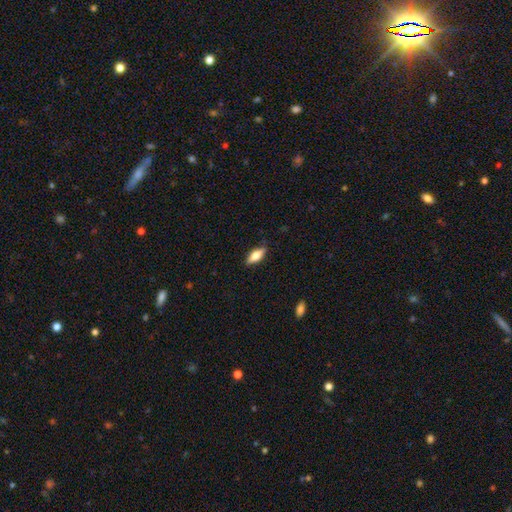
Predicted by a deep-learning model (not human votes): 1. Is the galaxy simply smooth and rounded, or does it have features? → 61% smooth, 32% featured or disk, 7% star or artifact.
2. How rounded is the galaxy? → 69% in between, 28% cigar-shaped, 3% round.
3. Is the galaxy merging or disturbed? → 86% none, 11% minor disturbance, 2% major disturbance, 1% merger.